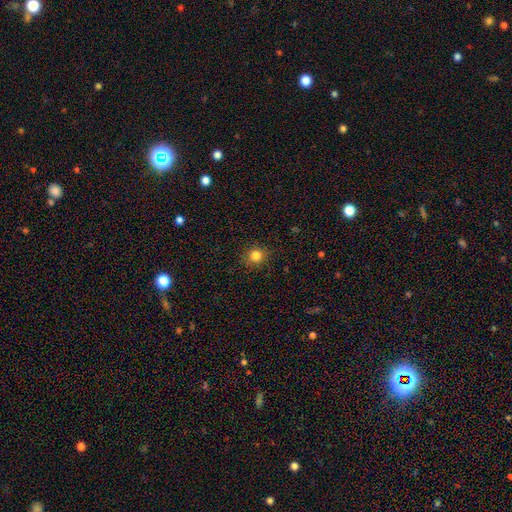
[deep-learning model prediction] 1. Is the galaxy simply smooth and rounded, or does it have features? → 82% smooth, 13% star or artifact, 6% featured or disk.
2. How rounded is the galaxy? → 89% round, 10% in between, 1% cigar-shaped.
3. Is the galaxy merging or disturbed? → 89% none, 8% minor disturbance, 2% major disturbance, 1% merger.